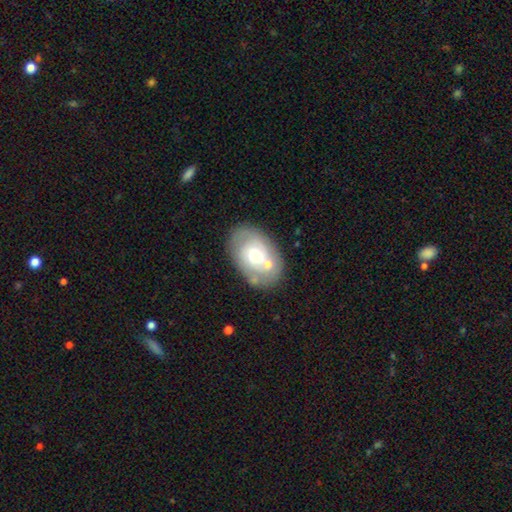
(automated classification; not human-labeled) Smooth or featured?
  - smooth: 47% *
  - featured or disk: 46%
  - star or artifact: 7%
Merging?
  - none: 62% *
  - minor disturbance: 17%
  - merger: 15%
  - major disturbance: 6%